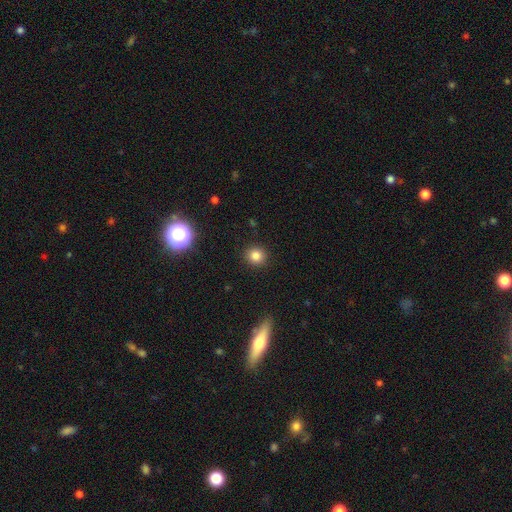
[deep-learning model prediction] Morphology: type=smooth (82%); roundness=round (88%); merging=none (91%).